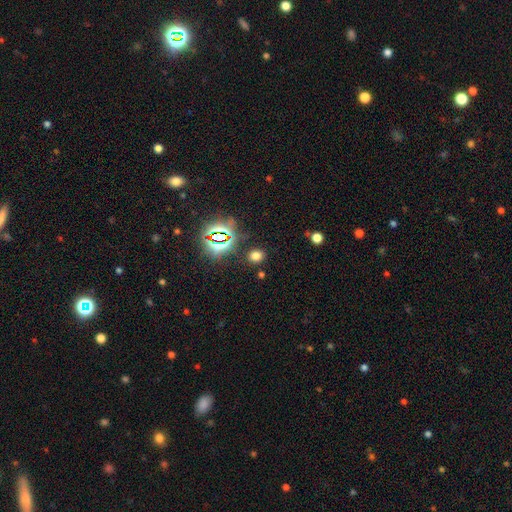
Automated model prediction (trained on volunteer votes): smooth-or-featured: smooth: 66% | star or artifact: 28% | featured or disk: 7%
  how-rounded: round: 60% | in between: 39% | cigar-shaped: 1%
  merging: none: 86% | minor disturbance: 8% | major disturbance: 3% | merger: 3%